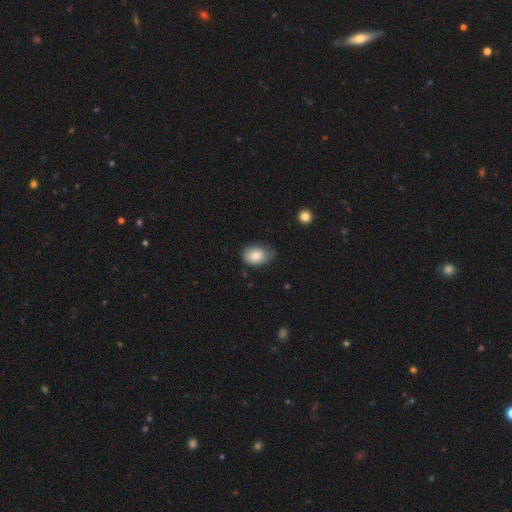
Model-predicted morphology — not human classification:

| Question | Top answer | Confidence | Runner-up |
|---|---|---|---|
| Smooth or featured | smooth | 82% | featured or disk (10%) |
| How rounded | in between | 77% | round (22%) |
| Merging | none | 57% | minor disturbance (35%) |